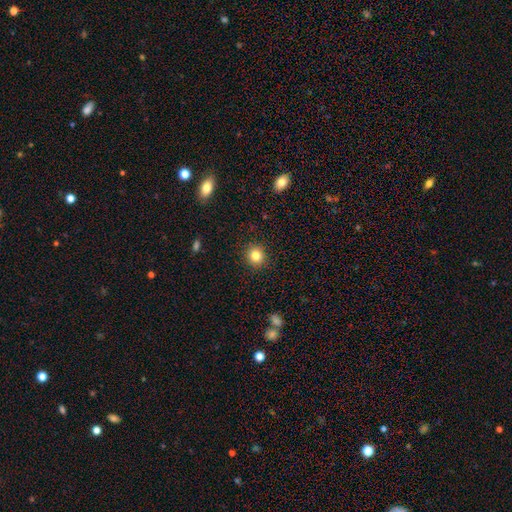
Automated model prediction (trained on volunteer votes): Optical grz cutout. It shows a smooth galaxy with no disk features (82%) that is round (92%). Merging: none (91%).